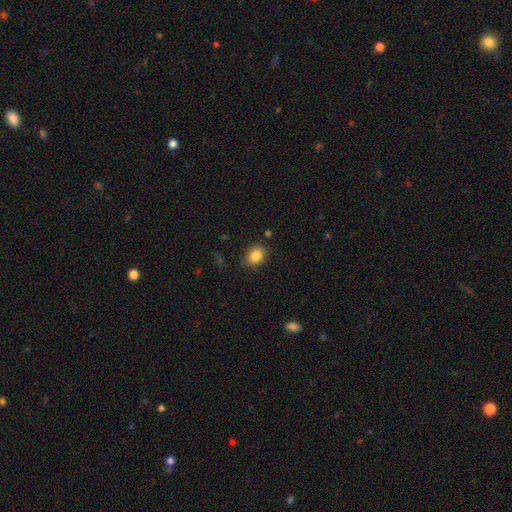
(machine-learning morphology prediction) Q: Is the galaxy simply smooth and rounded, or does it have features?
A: smooth — 84%.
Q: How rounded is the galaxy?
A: in between — 57%.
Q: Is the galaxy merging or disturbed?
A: none — 80%.